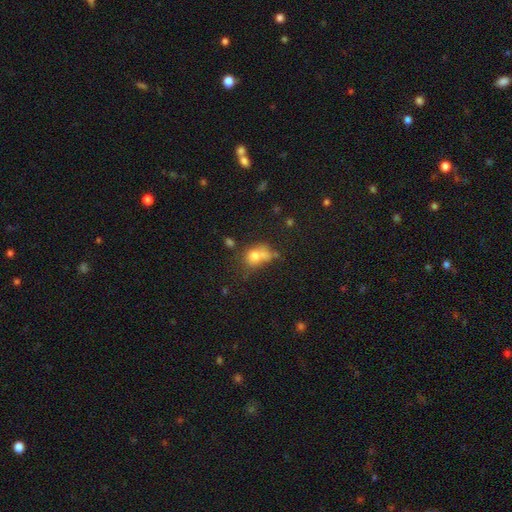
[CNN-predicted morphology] This is likely a smooth galaxy (69%). How rounded: possibly round (49%, tied with in between). Merging: marginally none (32%, tied with merger).